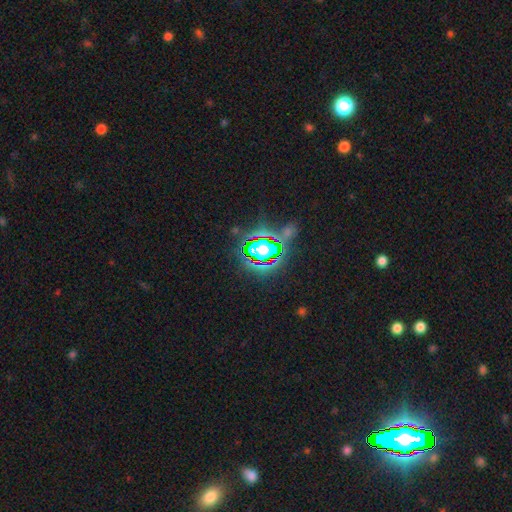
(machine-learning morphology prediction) star or artifact 79%, smooth 12%, featured or disk 8%.